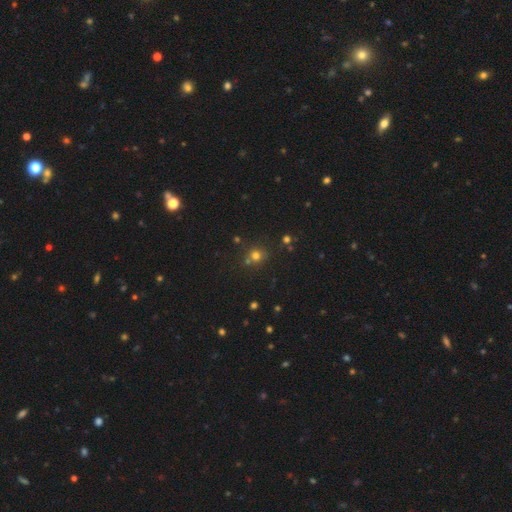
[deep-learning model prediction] smooth-or-featured: smooth: 69% | star or artifact: 23% | featured or disk: 8%
  how-rounded: round: 86% | in between: 13% | cigar-shaped: 1%
  merging: none: 71% | merger: 15% | minor disturbance: 10% | major disturbance: 4%